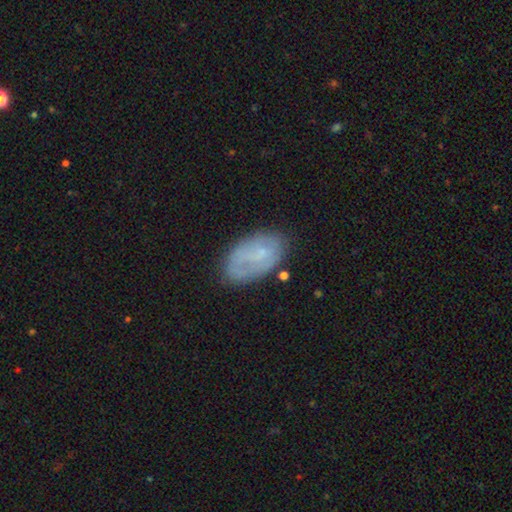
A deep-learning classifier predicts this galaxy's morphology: A smooth galaxy with no disk features (48%). Merging: none (66%).